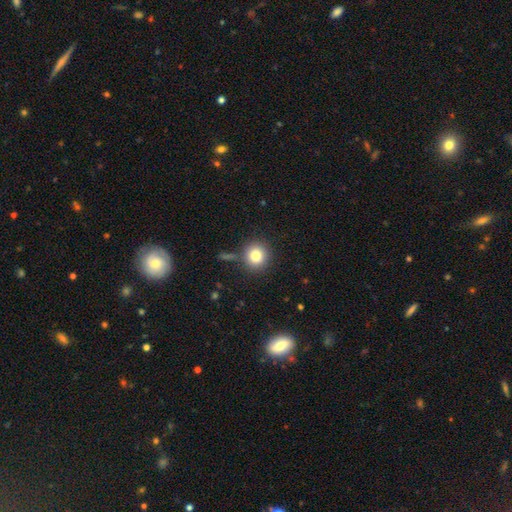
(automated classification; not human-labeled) A smooth galaxy with no disk features (82%) that is round (92%).

Vote fractions:
- Smooth or featured? smooth: 82% / star or artifact: 11% / featured or disk: 7%
- How rounded? round: 92% / in between: 7% / cigar-shaped: 1%
- Merging? none: 83% / minor disturbance: 9% / merger: 5% / major disturbance: 3%